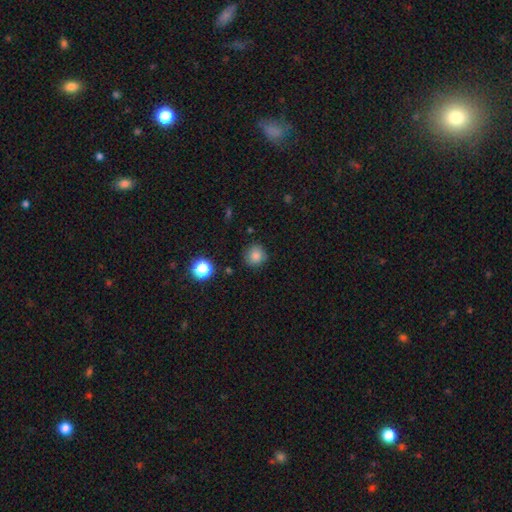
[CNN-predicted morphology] This is clearly a smooth galaxy (82%). How rounded: clearly round (91%). Merging: clearly none (83%).